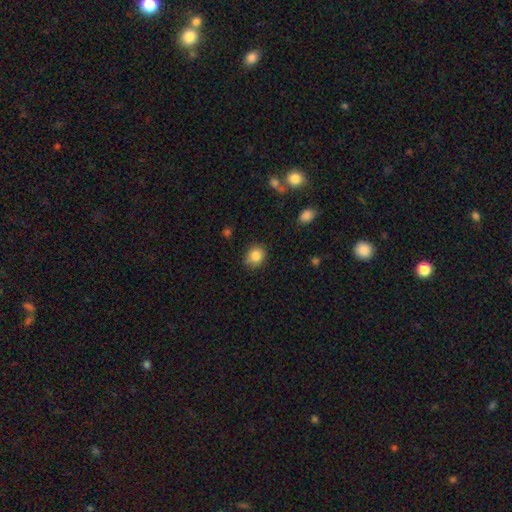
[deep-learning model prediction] Q: Smooth or featured?
A: smooth (84%); runner-up: star or artifact (10%)
Q: How rounded?
A: round (68%); runner-up: in between (31%)
Q: Merging?
A: none (80%); runner-up: minor disturbance (15%)